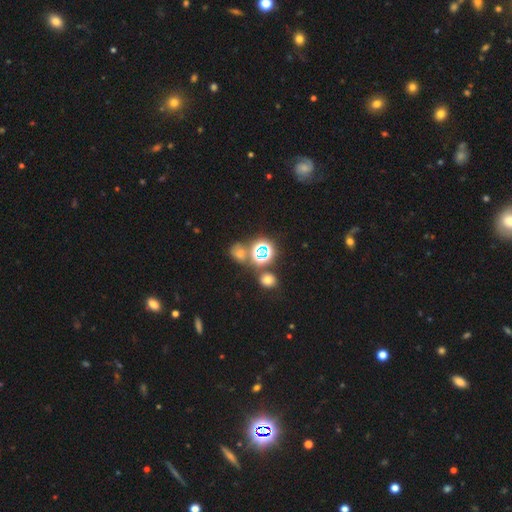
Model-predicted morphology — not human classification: The model was most divided on "smooth or featured": star or artifact: 59%, smooth: 31%, featured or disk: 10%.